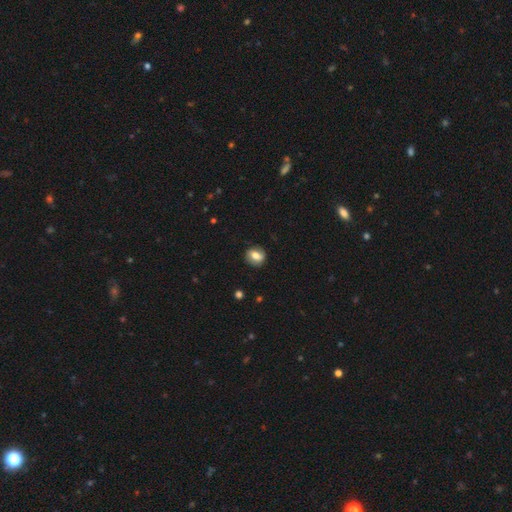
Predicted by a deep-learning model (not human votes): Q: Smooth or featured?
A: smooth (63%); runner-up: featured or disk (28%)
Q: How rounded?
A: round (59%); runner-up: in between (40%)
Q: Merging?
A: none (84%); runner-up: minor disturbance (12%)